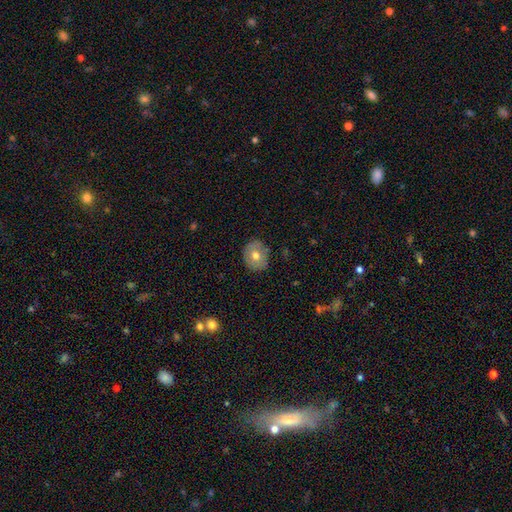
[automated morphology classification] Q: Smooth or featured?
A: smooth (65%); runner-up: featured or disk (27%)
Q: How rounded?
A: round (71%); runner-up: in between (28%)
Q: Merging?
A: none (83%); runner-up: minor disturbance (13%)